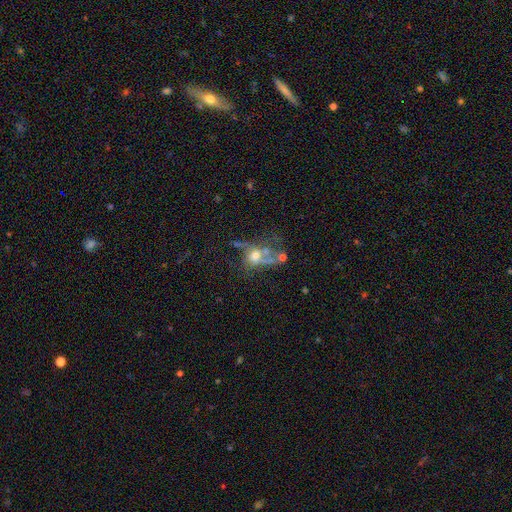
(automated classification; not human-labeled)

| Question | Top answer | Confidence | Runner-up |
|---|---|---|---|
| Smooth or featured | featured or disk | 47% | smooth (34%) |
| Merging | merger | 31% | major disturbance (29%) |